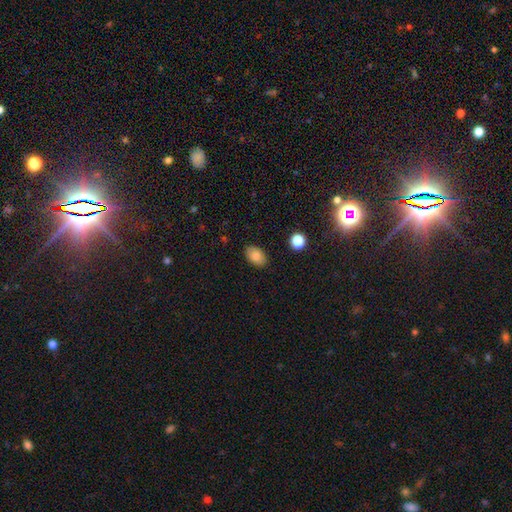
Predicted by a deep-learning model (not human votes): Overall: smooth (83%). How rounded: in between (88%). Merging: none (88%).